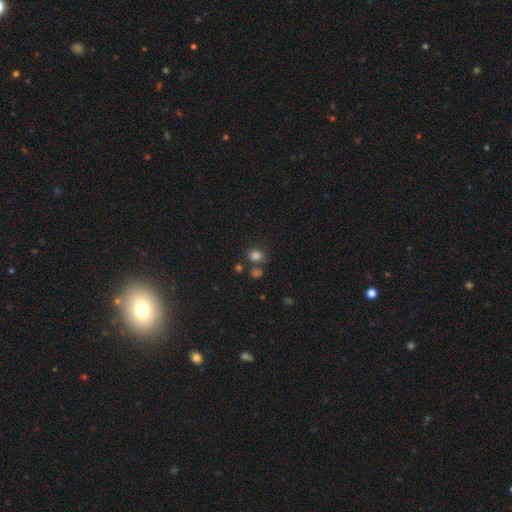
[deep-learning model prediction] smooth-or-featured: smooth: 80% | star or artifact: 15% | featured or disk: 5%
  how-rounded: round: 66% | in between: 33% | cigar-shaped: 1%
  merging: none: 68% | merger: 16% | minor disturbance: 11% | major disturbance: 5%